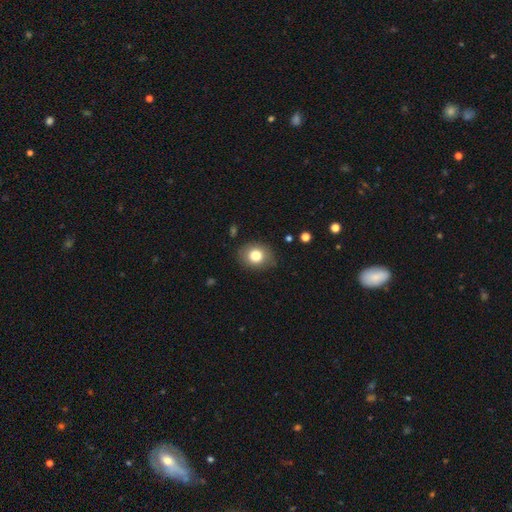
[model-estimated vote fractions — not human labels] smooth-or-featured: smooth: 80% | featured or disk: 11% | star or artifact: 10%
  how-rounded: round: 57% | in between: 42% | cigar-shaped: 1%
  merging: none: 83% | minor disturbance: 13% | major disturbance: 3% | merger: 1%